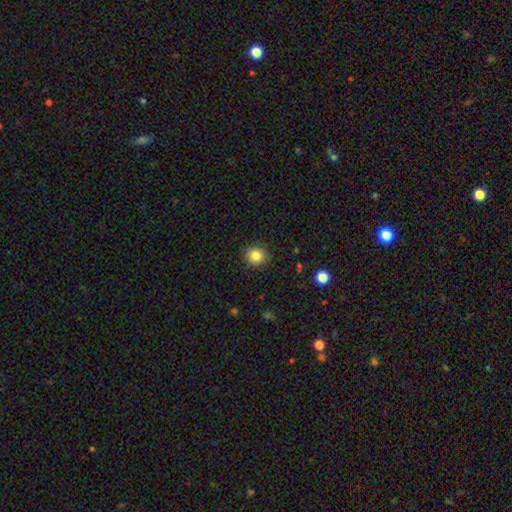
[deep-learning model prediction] Smooth or featured? Predicted: smooth (p=0.83). How rounded? Predicted: round (p=0.81). Merging? Predicted: none (p=0.89).